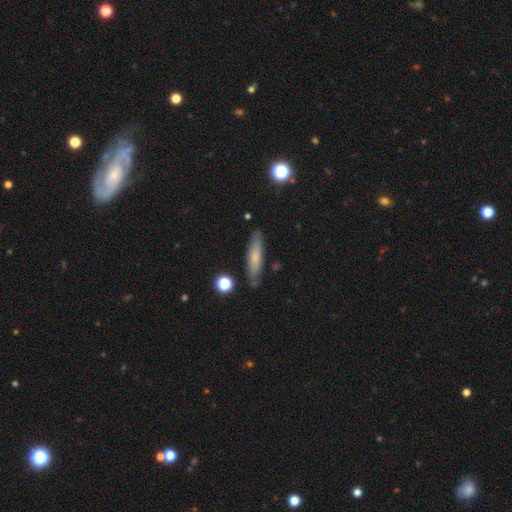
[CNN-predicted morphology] Smooth or featured: smooth — 64% (featured or disk — 28%)
How rounded: cigar-shaped — 81% (in between — 16%)
Merging: none — 82% (minor disturbance — 13%)